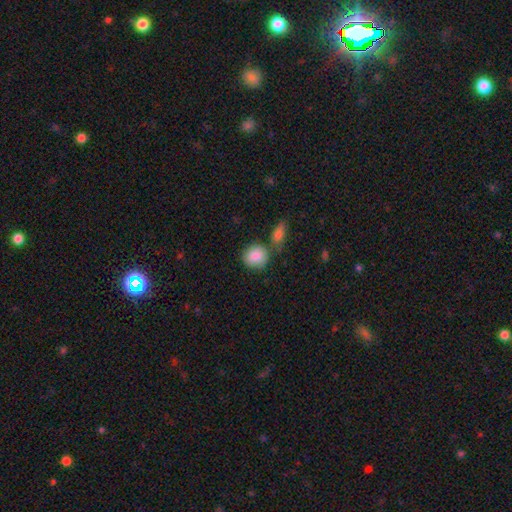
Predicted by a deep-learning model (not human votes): smooth_or_featured: smooth (p=0.87) [alt: star or artifact p=0.07]
how_rounded: round (p=0.79) [alt: in between p=0.20]
merging: none (p=0.66) [alt: merger p=0.18]